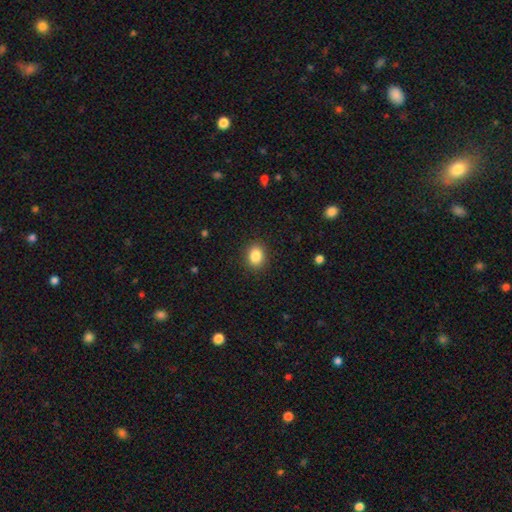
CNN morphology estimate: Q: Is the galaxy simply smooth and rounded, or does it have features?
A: smooth — 86%.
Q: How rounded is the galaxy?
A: round — 52%.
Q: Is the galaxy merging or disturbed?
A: none — 89%.